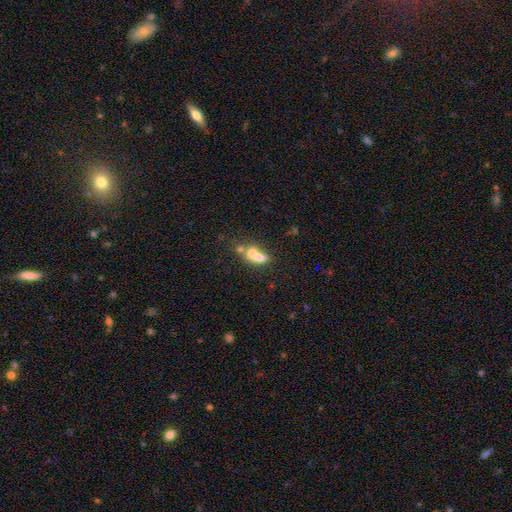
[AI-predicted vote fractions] The model was most divided on "smooth or featured": smooth: 62%, featured or disk: 25%, star or artifact: 13%. More confident: how rounded — in between (62%); merging — merger (62%).